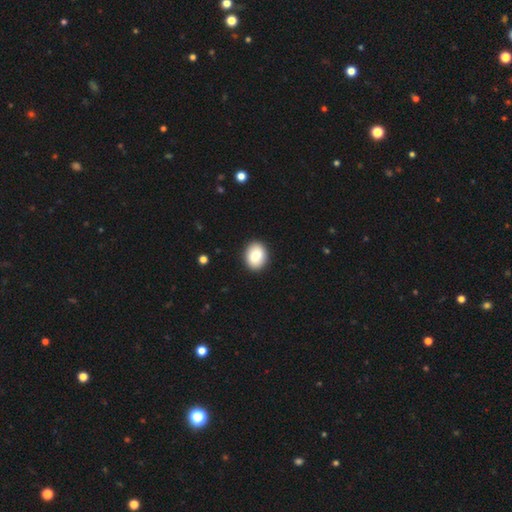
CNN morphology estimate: Overall: smooth (88%). How rounded: in between (61%; round 38%). Merging: none (90%).